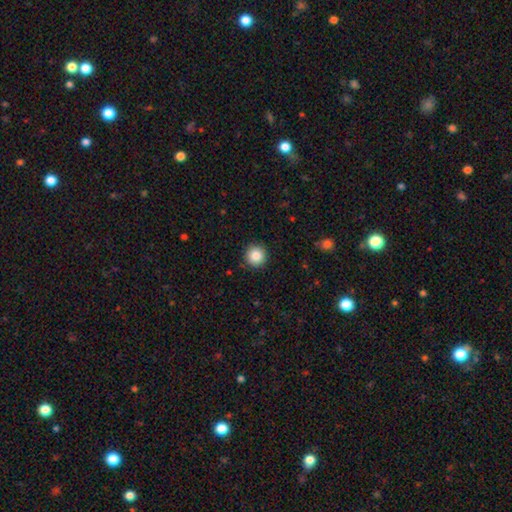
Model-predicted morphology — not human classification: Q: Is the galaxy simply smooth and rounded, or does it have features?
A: smooth — 86%.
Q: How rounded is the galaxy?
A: round — 95%.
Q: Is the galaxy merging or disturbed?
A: none — 91%.